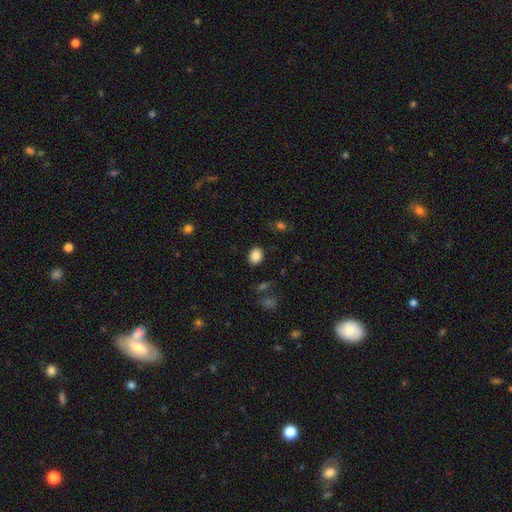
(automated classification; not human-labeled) Smooth or featured? Predicted: smooth (p=0.87). How rounded? Predicted: in between (p=0.63). Merging? Predicted: none (p=0.87).